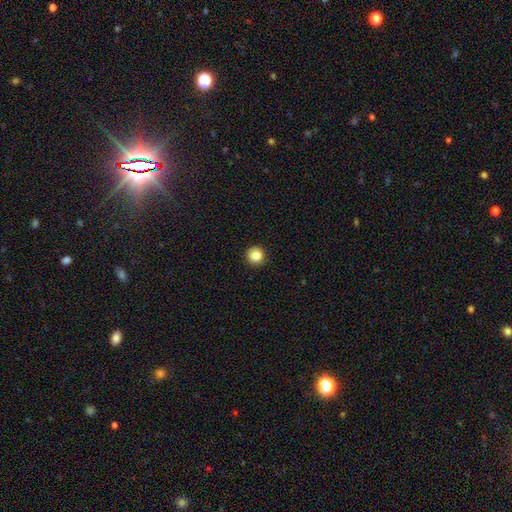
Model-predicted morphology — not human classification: Smooth or featured: smooth — 85% (star or artifact — 10%)
How rounded: round — 96% (in between — 3%)
Merging: none — 92% (minor disturbance — 5%)